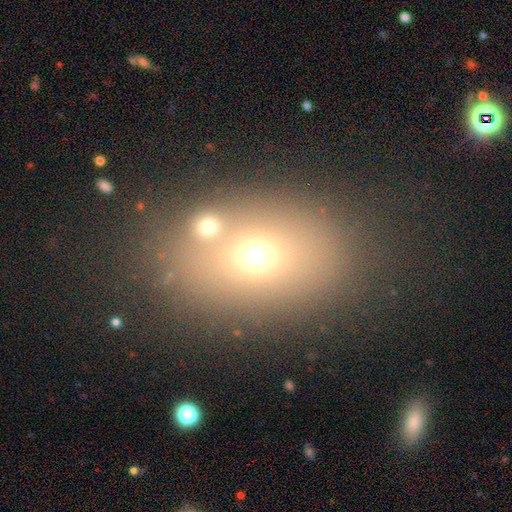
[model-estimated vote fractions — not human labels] This appears to be a smooth galaxy with no disk features (64%) that is in between round and cigar-shaped (71%). Merging: none (68%).